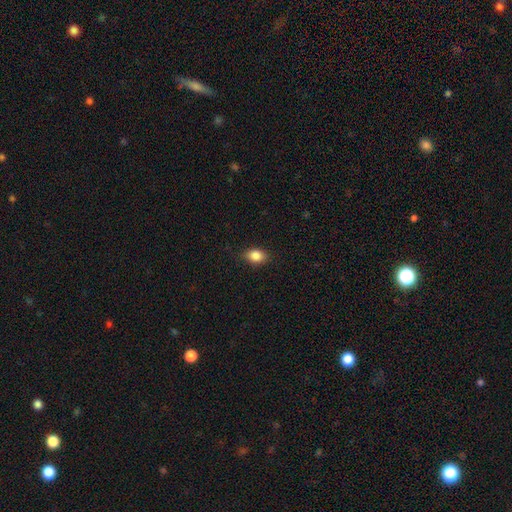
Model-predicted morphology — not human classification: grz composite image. It shows a smooth galaxy with no disk features (85%) that is in between round and cigar-shaped (71%). Merging: none (84%).